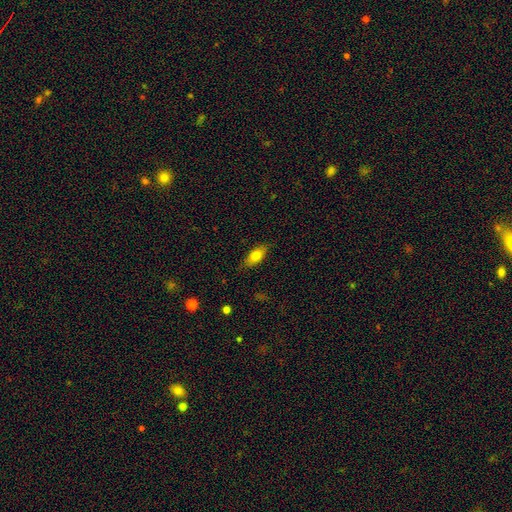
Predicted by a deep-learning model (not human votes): Morphology: type=smooth (74%); roundness=in between (79%); merging=none (82%).